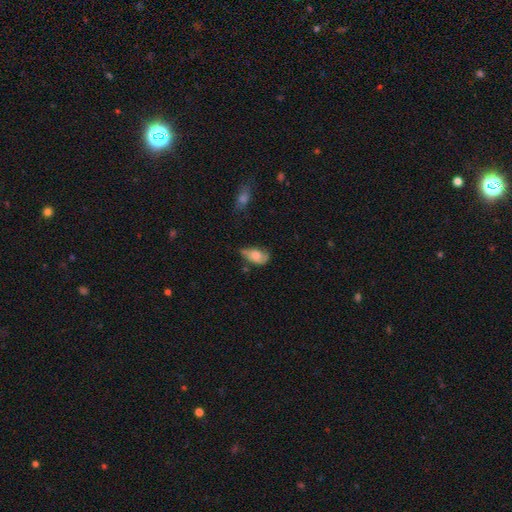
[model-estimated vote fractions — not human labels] Smooth or featured?
  - smooth: 62% *
  - featured or disk: 30%
  - star or artifact: 7%
How rounded?
  - in between: 89% *
  - round: 8%
  - cigar-shaped: 3%
Merging?
  - minor disturbance: 43% *
  - none: 37%
  - major disturbance: 16%
  - merger: 4%